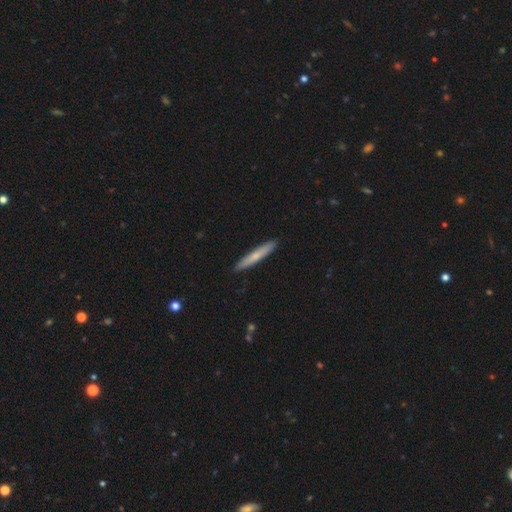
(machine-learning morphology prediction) Smooth or featured? smooth (62%)
How rounded? cigar-shaped (94%)
Merging? none (91%)